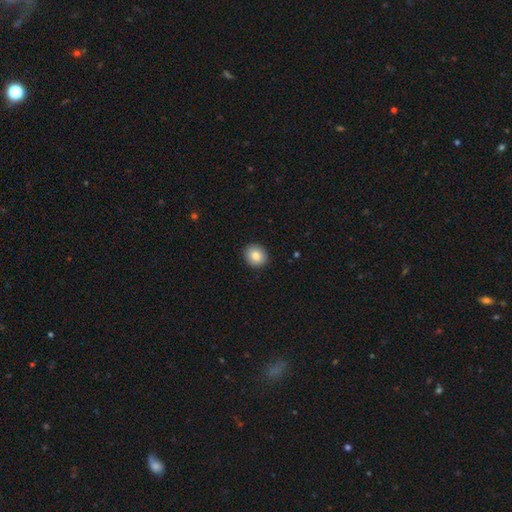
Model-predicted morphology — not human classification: This appears to be a smooth galaxy with no disk features (84%) that is round (76%). Merging: none (91%).